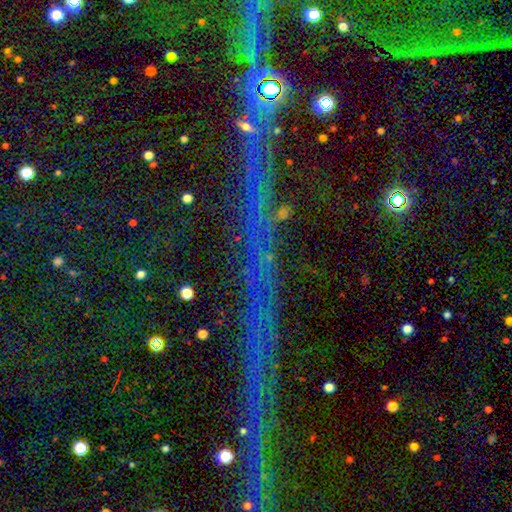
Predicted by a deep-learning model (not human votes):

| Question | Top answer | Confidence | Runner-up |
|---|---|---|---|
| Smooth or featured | star or artifact | 78% | featured or disk (12%) |